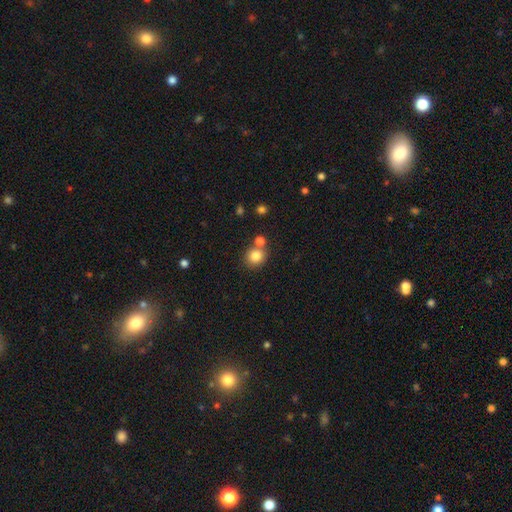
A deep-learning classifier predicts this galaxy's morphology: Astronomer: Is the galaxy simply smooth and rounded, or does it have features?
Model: smooth — 82%.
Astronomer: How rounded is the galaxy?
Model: round — 83%.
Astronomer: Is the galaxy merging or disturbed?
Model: none — 65%.